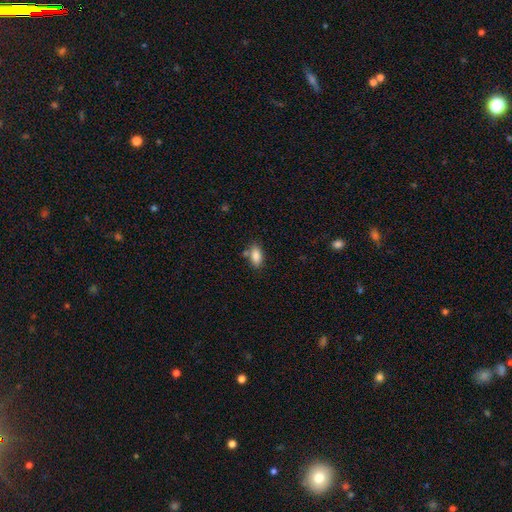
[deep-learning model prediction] Smooth or featured? smooth (86%)
How rounded? in between (90%)
Merging? none (71%)